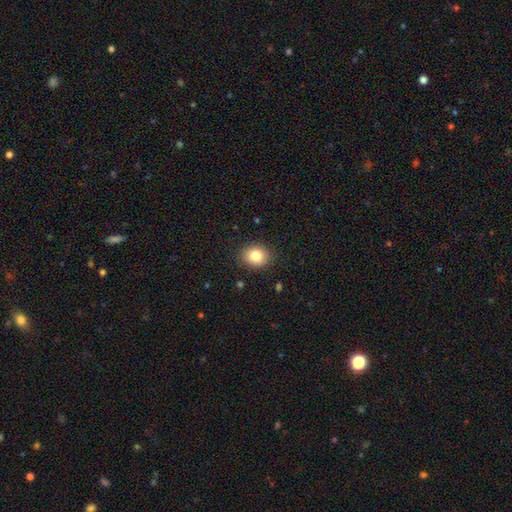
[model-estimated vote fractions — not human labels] smooth-or-featured: smooth: 82% | star or artifact: 10% | featured or disk: 8%
  how-rounded: round: 61% | in between: 38% | cigar-shaped: 1%
  merging: none: 88% | minor disturbance: 9% | major disturbance: 2% | merger: 1%